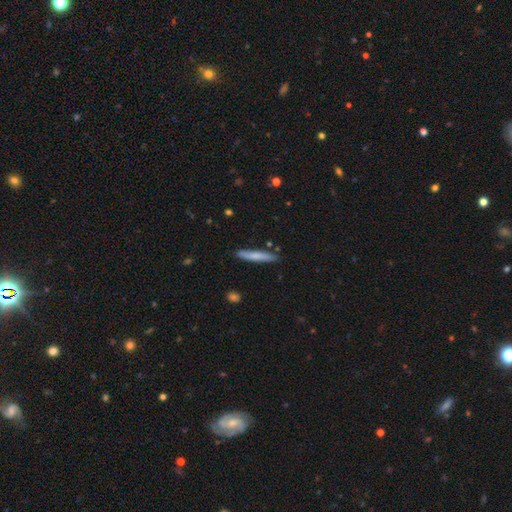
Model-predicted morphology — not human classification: Q: Smooth or featured?
A: smooth (70%); runner-up: featured or disk (24%)
Q: How rounded?
A: cigar-shaped (94%); runner-up: in between (5%)
Q: Merging?
A: none (87%); runner-up: minor disturbance (9%)